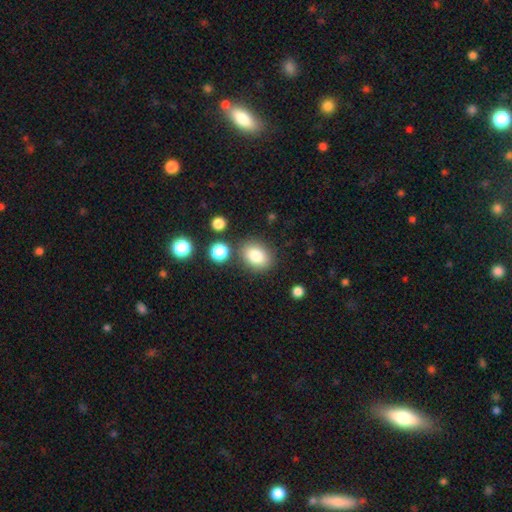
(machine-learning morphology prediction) Overall: smooth (82%). How rounded: in between (65%; round 34%). Merging: none (78%).